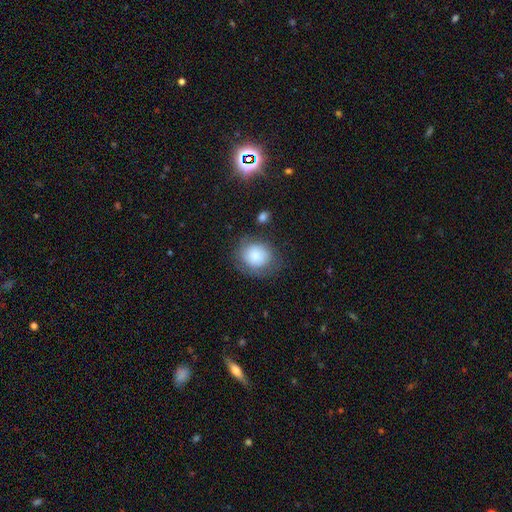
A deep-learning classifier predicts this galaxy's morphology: smooth 75%, featured or disk 16%, star or artifact 8%. Down the decision tree: how rounded — round (71%); merging — none (64%).